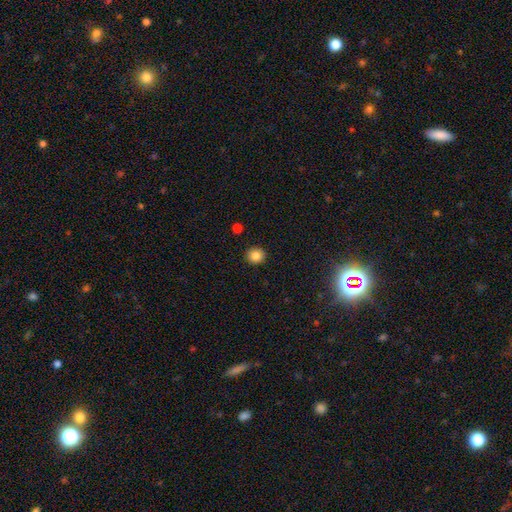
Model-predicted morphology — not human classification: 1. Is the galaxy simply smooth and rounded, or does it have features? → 84% smooth, 10% star or artifact, 5% featured or disk.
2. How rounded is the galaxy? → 86% round, 13% in between, 1% cigar-shaped.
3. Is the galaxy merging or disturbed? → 92% none, 5% minor disturbance, 2% major disturbance, 1% merger.